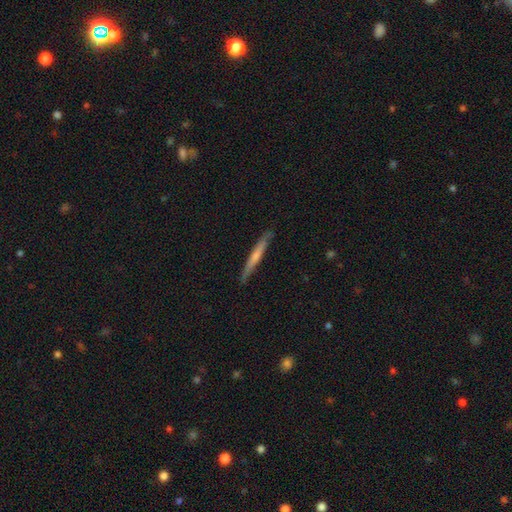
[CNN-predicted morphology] smooth-or-featured: smooth: 50% | featured or disk: 45% | star or artifact: 5%
  merging: none: 84% | minor disturbance: 13% | major disturbance: 2% | merger: 1%